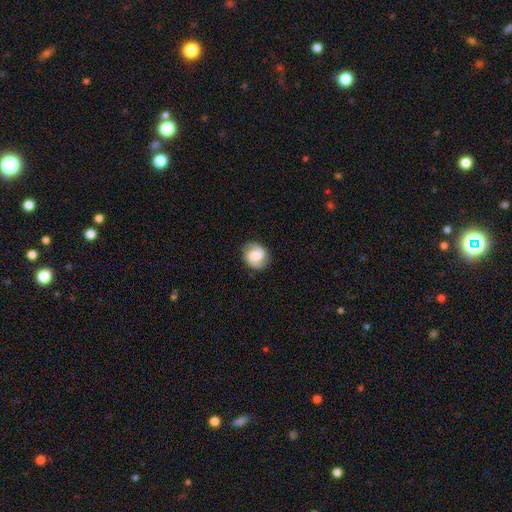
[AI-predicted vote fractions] Smooth or featured: featured or disk — 65% (smooth — 27%)
Edge-on disk: no — 98% (yes — 2%)
Bar: weak — 47% (no — 36%)
Spiral arms: yes — 93% (no — 7%)
Spiral winding: medium — 46% (loose — 27%)
Spiral arm count: 2 — 89% (can't tell — 5%)
Bulge size: moderate — 34% (large — 27%)
Merging: none — 83% (minor disturbance — 12%)